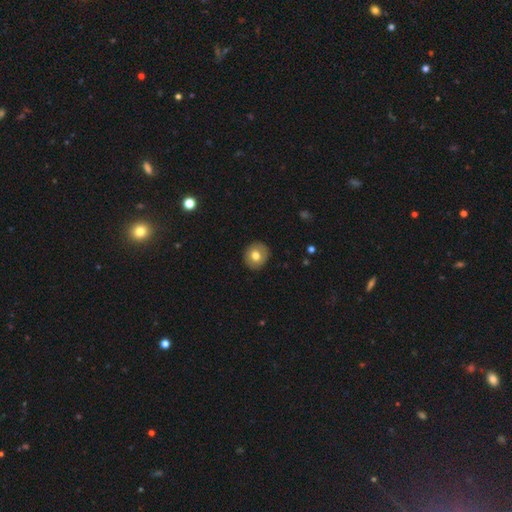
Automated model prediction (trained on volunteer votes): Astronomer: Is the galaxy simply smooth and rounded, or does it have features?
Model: smooth — 73%.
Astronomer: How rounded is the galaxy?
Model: round — 85%.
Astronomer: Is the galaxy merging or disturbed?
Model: none — 90%.